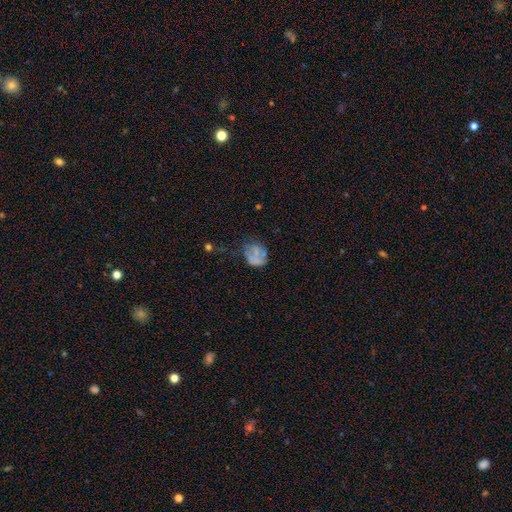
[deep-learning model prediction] smooth-or-featured: smooth: 49% | featured or disk: 37% | star or artifact: 14%
  merging: none: 42% | minor disturbance: 27% | major disturbance: 25% | merger: 5%